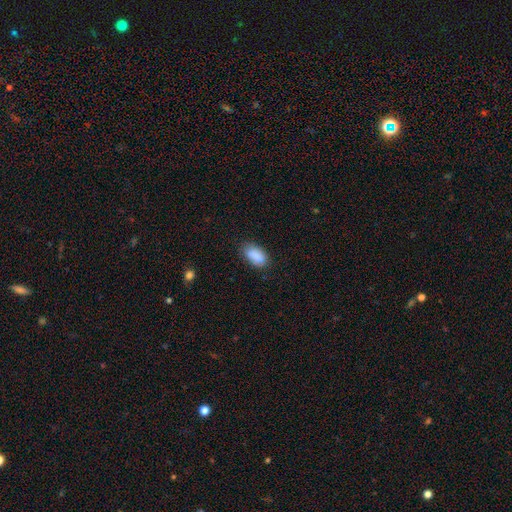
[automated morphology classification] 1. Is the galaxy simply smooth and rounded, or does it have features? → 87% smooth, 7% star or artifact, 5% featured or disk.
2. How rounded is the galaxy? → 93% in between, 4% round, 4% cigar-shaped.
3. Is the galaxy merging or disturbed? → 76% none, 19% minor disturbance, 4% major disturbance, 1% merger.